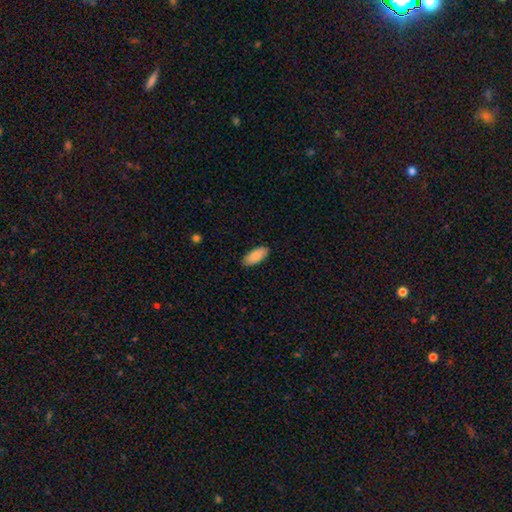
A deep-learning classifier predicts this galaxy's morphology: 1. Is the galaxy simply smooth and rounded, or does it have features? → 88% smooth, 6% star or artifact, 6% featured or disk.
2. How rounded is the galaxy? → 89% in between, 10% cigar-shaped, 2% round.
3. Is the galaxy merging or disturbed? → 86% none, 11% minor disturbance, 2% major disturbance, 1% merger.